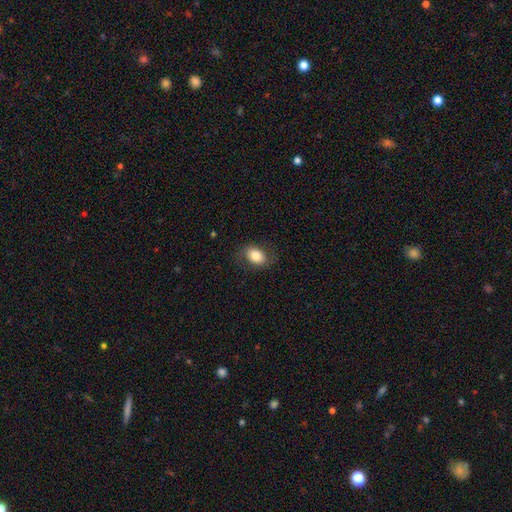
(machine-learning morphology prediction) smooth-or-featured: smooth: 79% | featured or disk: 14% | star or artifact: 8%
  how-rounded: in between: 73% | round: 25% | cigar-shaped: 1%
  merging: none: 77% | minor disturbance: 15% | major disturbance: 6% | merger: 1%